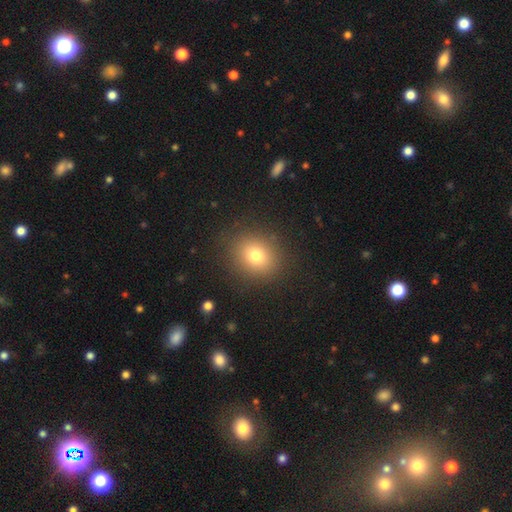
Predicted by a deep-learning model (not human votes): smooth 76%, star or artifact 14%, featured or disk 10%. Down the decision tree: how rounded — round (75%); merging — none (88%).